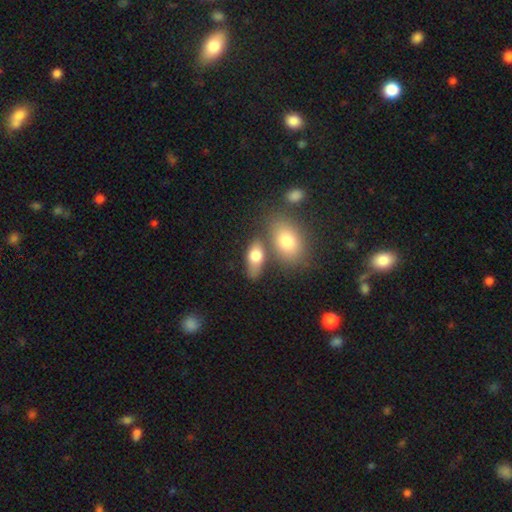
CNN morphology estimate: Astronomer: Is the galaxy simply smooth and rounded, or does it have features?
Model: smooth — 75%.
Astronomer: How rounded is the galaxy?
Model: in between — 85%.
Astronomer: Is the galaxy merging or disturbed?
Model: none — 54%.